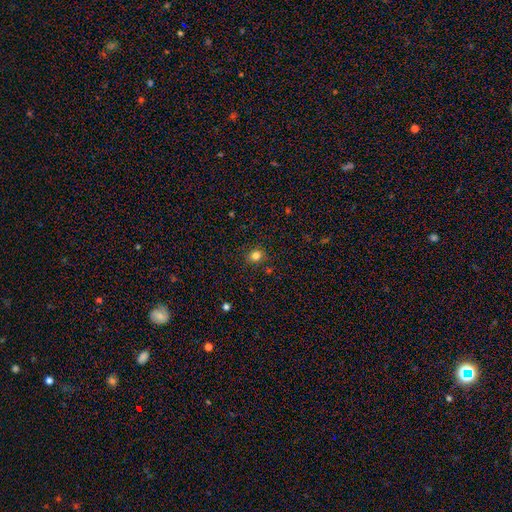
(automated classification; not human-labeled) smooth-or-featured: smooth: 81% | star or artifact: 14% | featured or disk: 6%
  how-rounded: round: 75% | in between: 24% | cigar-shaped: 1%
  merging: none: 87% | minor disturbance: 9% | major disturbance: 3% | merger: 2%